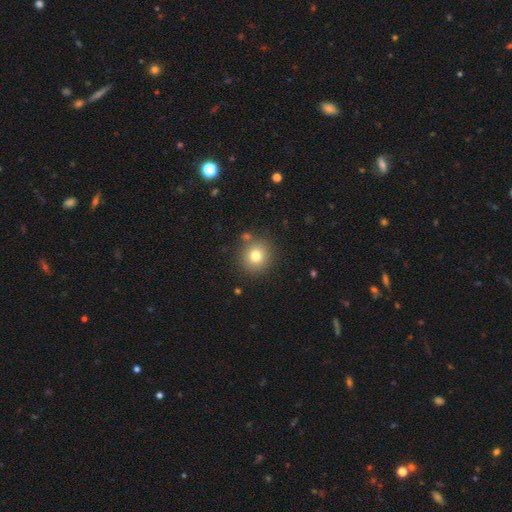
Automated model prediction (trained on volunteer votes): Q: Smooth or featured?
A: smooth (77%); runner-up: star or artifact (13%)
Q: How rounded?
A: round (89%); runner-up: in between (10%)
Q: Merging?
A: none (84%); runner-up: minor disturbance (8%)